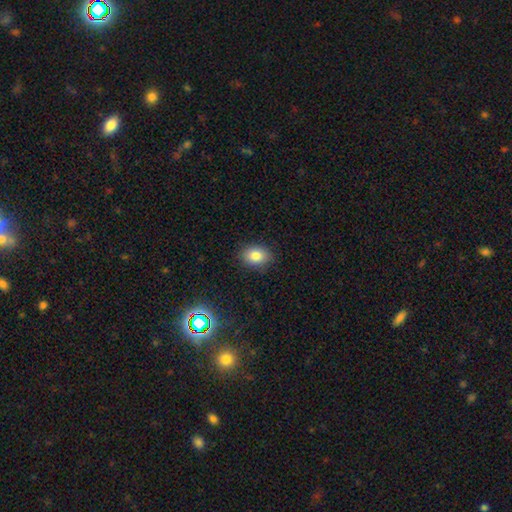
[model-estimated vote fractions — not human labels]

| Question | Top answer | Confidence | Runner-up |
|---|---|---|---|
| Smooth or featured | smooth | 81% | star or artifact (11%) |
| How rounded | in between | 67% | round (32%) |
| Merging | none | 88% | minor disturbance (9%) |